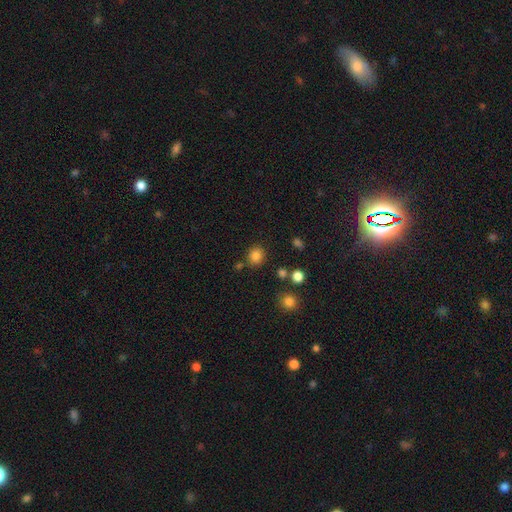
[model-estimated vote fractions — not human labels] Smooth or featured? Predicted: smooth (p=0.82). How rounded? Predicted: round (p=0.84). Merging? Predicted: none (p=0.83).